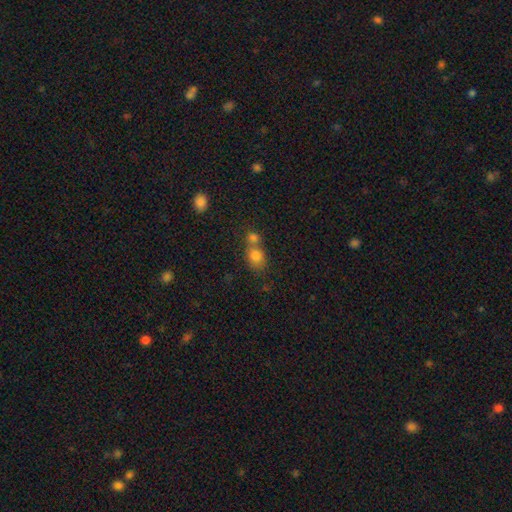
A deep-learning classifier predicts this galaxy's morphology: A smooth galaxy with no disk features (79%) that is round (53%).

Vote fractions:
- Smooth or featured? smooth: 79% / star or artifact: 11% / featured or disk: 10%
- How rounded? round: 53% / in between: 45% / cigar-shaped: 1%
- Merging? merger: 50% / none: 38% / minor disturbance: 8% / major disturbance: 3%